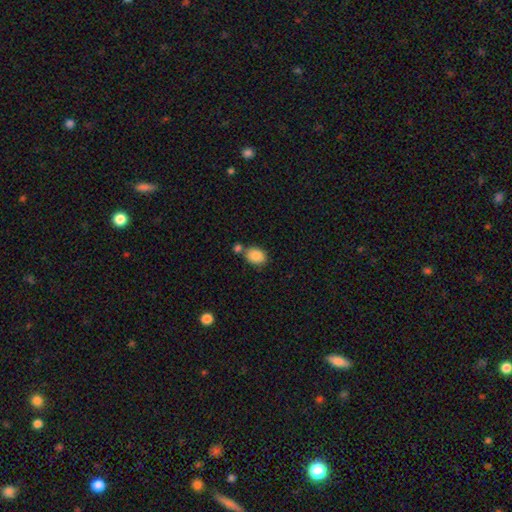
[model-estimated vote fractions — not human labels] smooth 87%, star or artifact 8%, featured or disk 5%. Down the decision tree: how rounded — in between (65%); merging — none (63%).